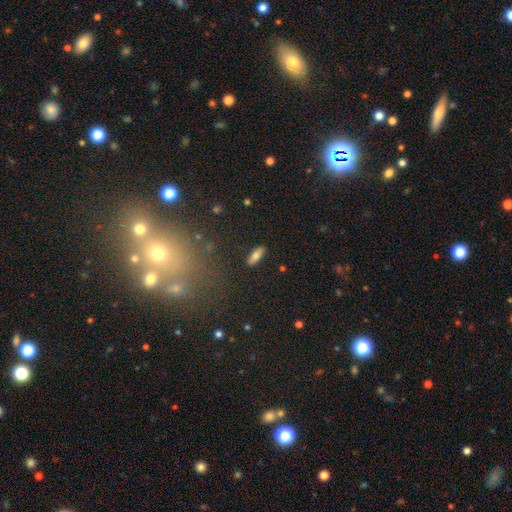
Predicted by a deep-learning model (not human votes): smooth_or_featured: smooth (p=0.74) [alt: featured or disk p=0.17]
how_rounded: in between (p=0.72) [alt: cigar-shaped p=0.25]
merging: none (p=0.88) [alt: minor disturbance p=0.09]